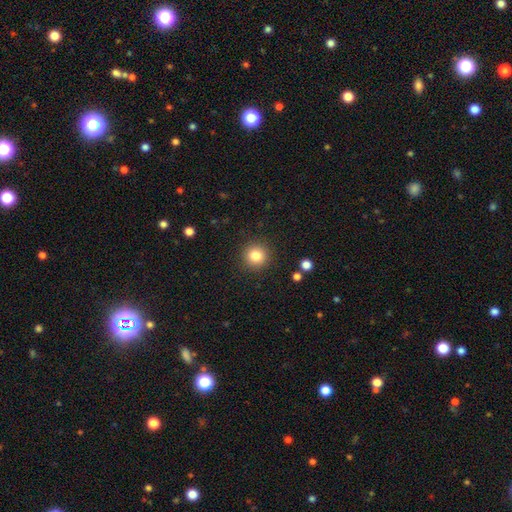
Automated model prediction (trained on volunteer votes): Overall: smooth (83%). How rounded: round (94%). Merging: none (90%).